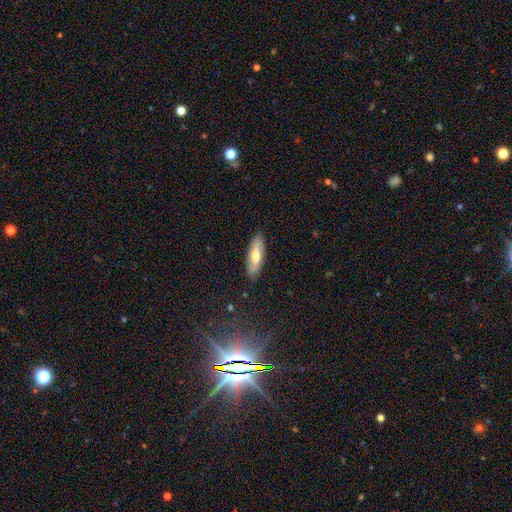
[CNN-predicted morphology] smooth_or_featured: smooth (p=0.65) [alt: featured or disk p=0.30]
how_rounded: in between (p=0.55) [alt: cigar-shaped p=0.43]
merging: none (p=0.86) [alt: minor disturbance p=0.11]